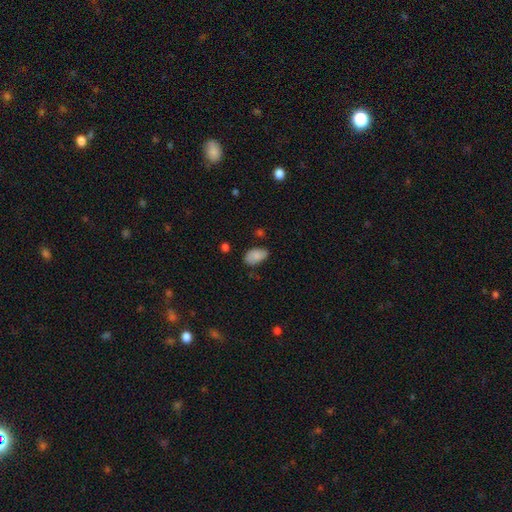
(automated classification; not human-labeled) Smooth or featured? smooth (87%)
How rounded? in between (93%)
Merging? none (72%)